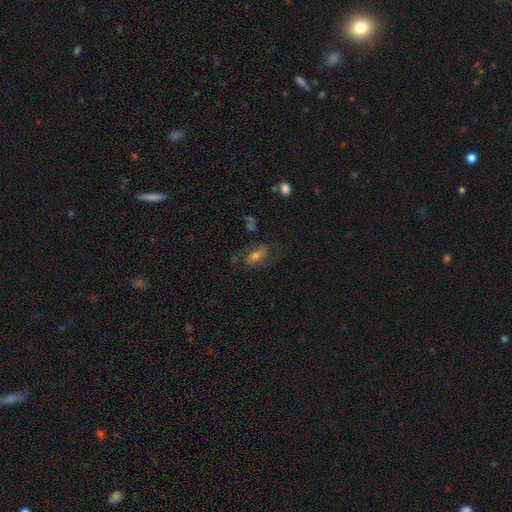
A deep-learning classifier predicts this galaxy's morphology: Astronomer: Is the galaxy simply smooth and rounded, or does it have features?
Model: featured or disk — 62%.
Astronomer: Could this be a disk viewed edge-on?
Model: no — 93%.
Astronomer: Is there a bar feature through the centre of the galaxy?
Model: no — 40% (runner-up: weak, 38%).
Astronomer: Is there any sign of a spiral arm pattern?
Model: yes — 84%.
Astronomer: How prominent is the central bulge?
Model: moderate — 59%.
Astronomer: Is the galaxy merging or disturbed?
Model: none — 63%.